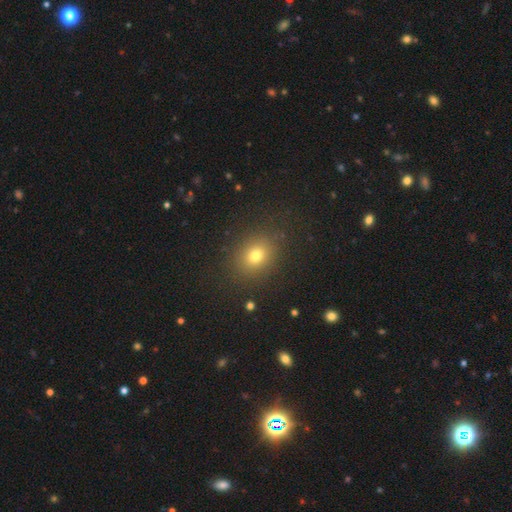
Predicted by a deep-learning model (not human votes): smooth 74%, star or artifact 17%, featured or disk 9%. Down the decision tree: how rounded — round (55%); merging — none (86%).